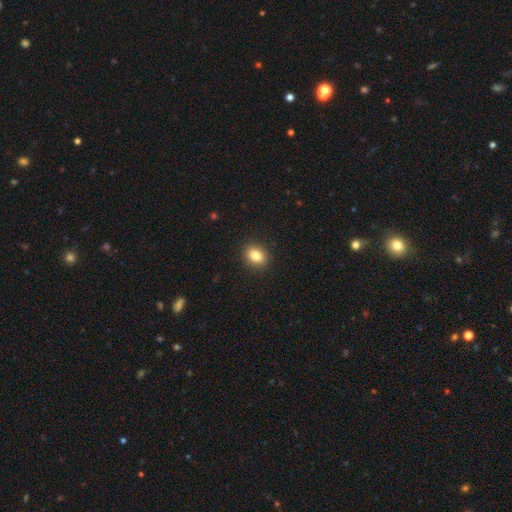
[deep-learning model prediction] Overall: smooth (83%). How rounded: in between (50%; round 49%). Merging: none (91%).